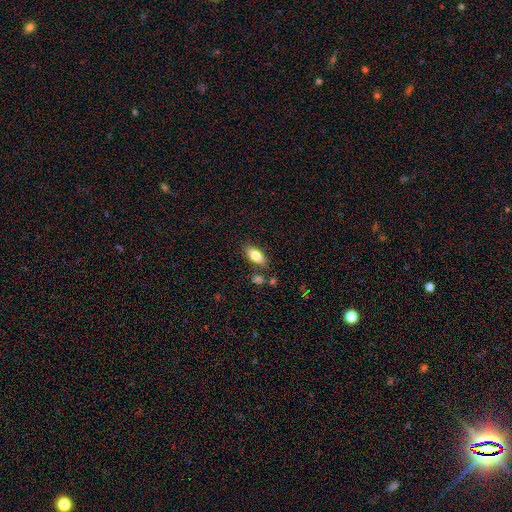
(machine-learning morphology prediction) A smooth galaxy with no disk features (81%) that is in between round and cigar-shaped (87%).

Vote fractions:
- Smooth or featured? smooth: 81% / featured or disk: 12% / star or artifact: 7%
- How rounded? in between: 87% / cigar-shaped: 10% / round: 3%
- Merging? none: 78% / minor disturbance: 12% / merger: 6% / major disturbance: 3%